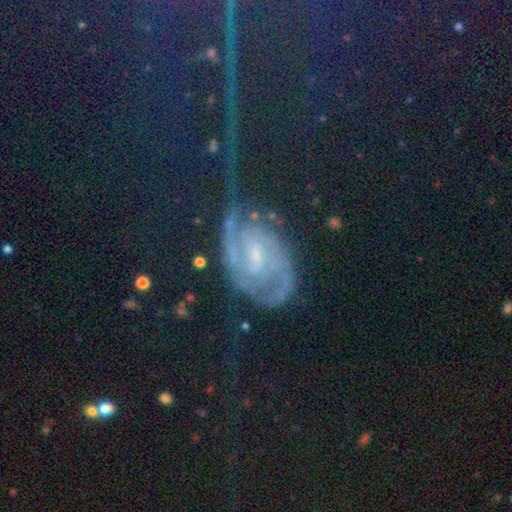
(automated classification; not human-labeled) Overall: featured or disk (50%; star or artifact 31%). Merging: none (64%).